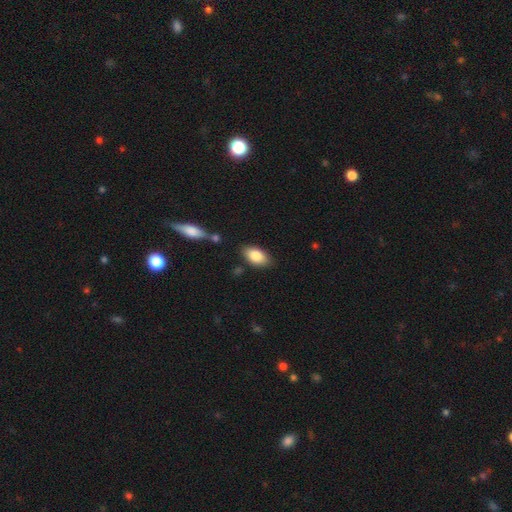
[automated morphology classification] smooth_or_featured: smooth (p=0.85) [alt: featured or disk p=0.09]
how_rounded: in between (p=0.93) [alt: round p=0.05]
merging: none (p=0.81) [alt: minor disturbance p=0.12]